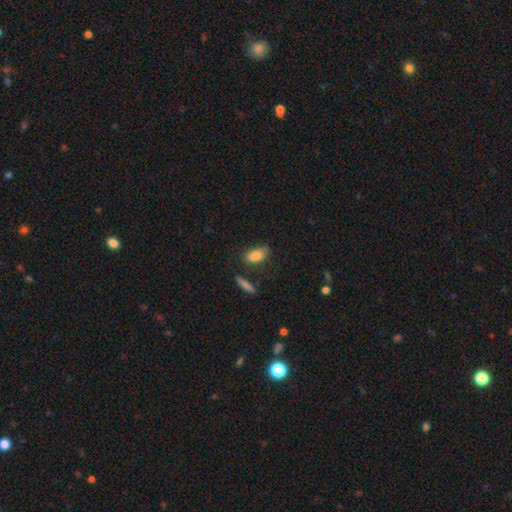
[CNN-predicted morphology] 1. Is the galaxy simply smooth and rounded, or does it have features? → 85% smooth, 8% star or artifact, 7% featured or disk.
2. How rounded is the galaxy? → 86% in between, 9% cigar-shaped, 5% round.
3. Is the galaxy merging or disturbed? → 71% none, 18% minor disturbance, 5% merger, 5% major disturbance.